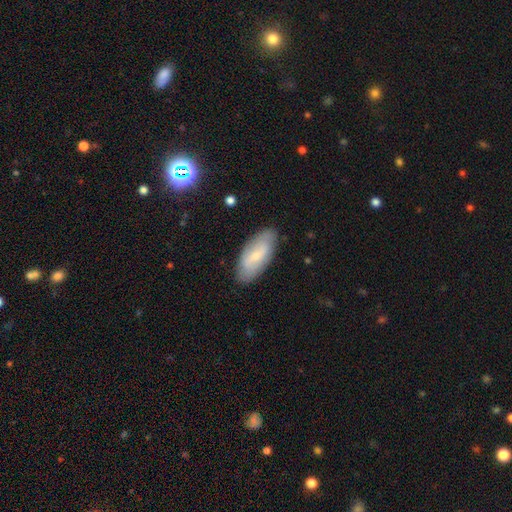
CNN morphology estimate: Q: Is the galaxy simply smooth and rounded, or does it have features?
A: smooth — 52%.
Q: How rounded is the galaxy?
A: in between — 87%.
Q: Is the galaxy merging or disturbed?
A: none — 84%.